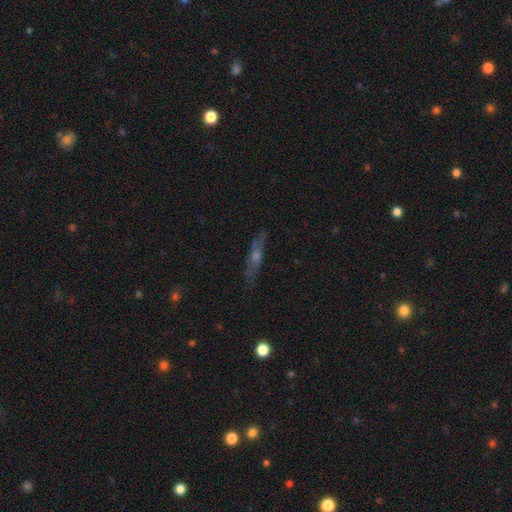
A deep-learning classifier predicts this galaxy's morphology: featured or disk 62%, smooth 27%, star or artifact 11%. Down the decision tree: edge-on disk — yes (82%); edge-on bulge — rounded (82%); merging — none (82%).